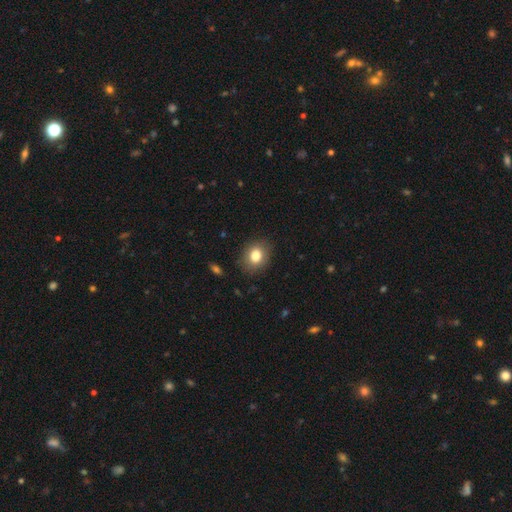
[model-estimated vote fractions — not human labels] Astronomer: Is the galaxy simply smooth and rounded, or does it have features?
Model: smooth — 82%.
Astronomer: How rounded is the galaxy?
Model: round — 50% (runner-up: in between, 49%).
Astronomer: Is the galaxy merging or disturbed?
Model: none — 86%.